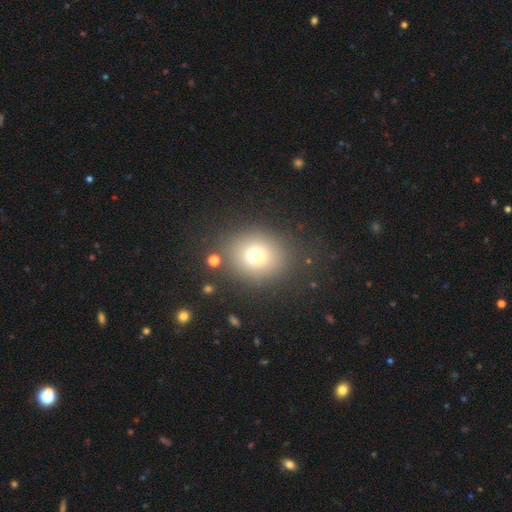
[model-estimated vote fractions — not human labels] Smooth or featured: smooth — 73% (star or artifact — 15%)
How rounded: round — 68% (in between — 31%)
Merging: none — 83% (minor disturbance — 10%)